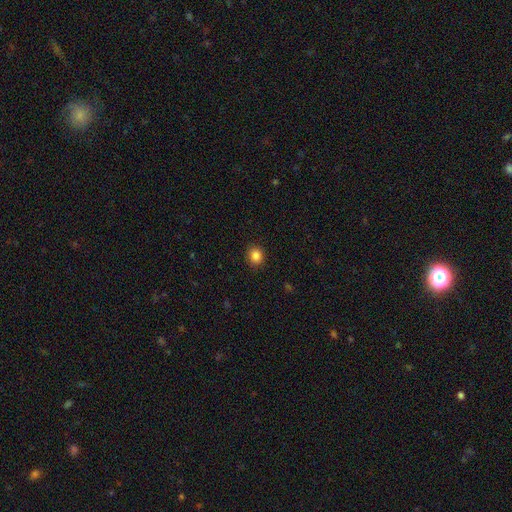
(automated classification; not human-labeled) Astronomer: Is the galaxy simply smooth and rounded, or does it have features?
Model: smooth — 86%.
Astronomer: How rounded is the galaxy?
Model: round — 79%.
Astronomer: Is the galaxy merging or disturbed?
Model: none — 90%.